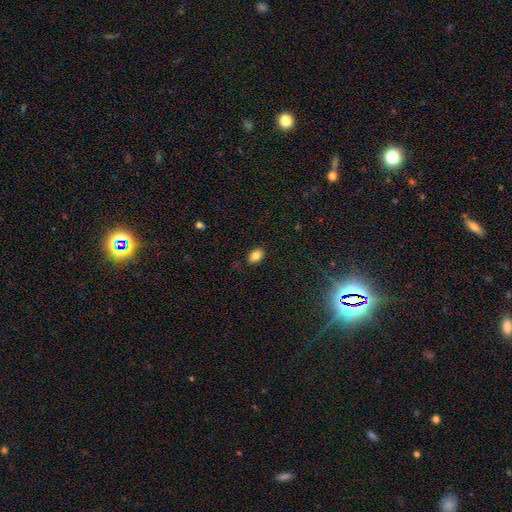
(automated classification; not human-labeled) Smooth or featured? Predicted: smooth (p=0.84). How rounded? Predicted: in between (p=0.85). Merging? Predicted: none (p=0.85).